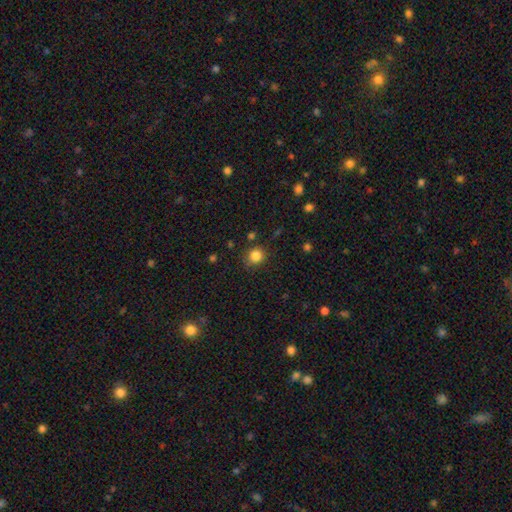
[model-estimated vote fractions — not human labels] This appears to be a smooth galaxy with no disk features (84%) that is round (87%). Merging: none (84%).